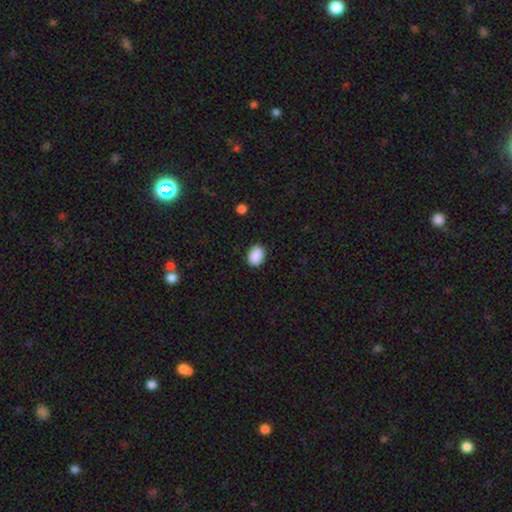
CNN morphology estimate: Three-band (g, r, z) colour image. It shows a smooth galaxy with no disk features (90%) that is in between round and cigar-shaped (71%). Merging: none (89%).